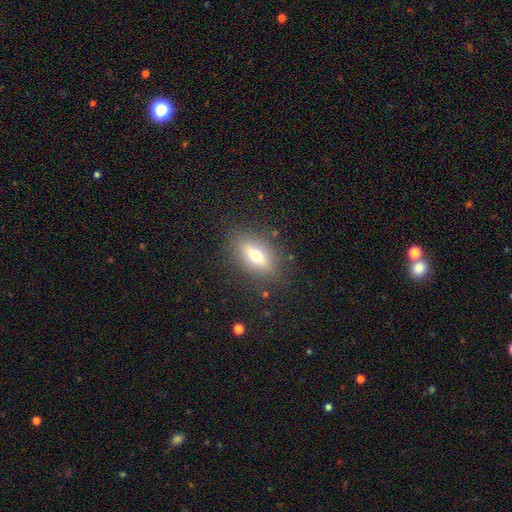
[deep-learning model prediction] A smooth galaxy with no disk features (59%) that is in between round and cigar-shaped (75%). Merging: none (84%).